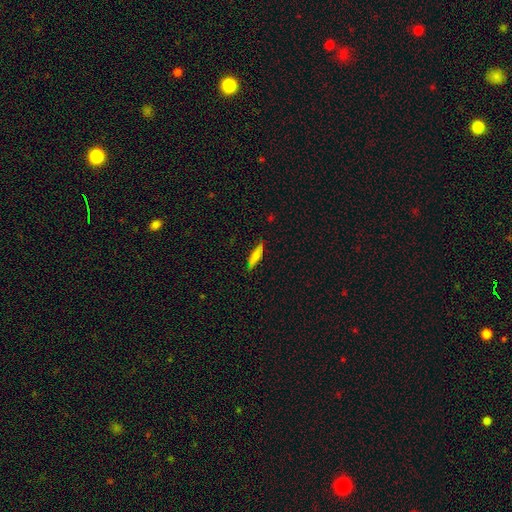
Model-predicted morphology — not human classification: type=smooth (53%); roundness=cigar-shaped (75%); merging=none (85%).